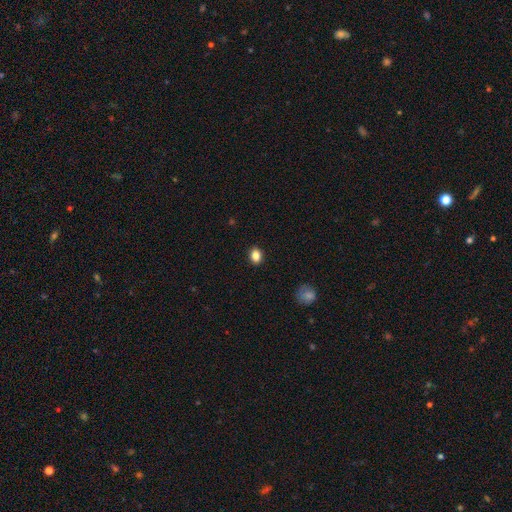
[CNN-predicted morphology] The model was most divided on "how rounded": in between: 64%, round: 35%, cigar-shaped: 1%. More confident: merging — none (89%); smooth or featured — smooth (85%).